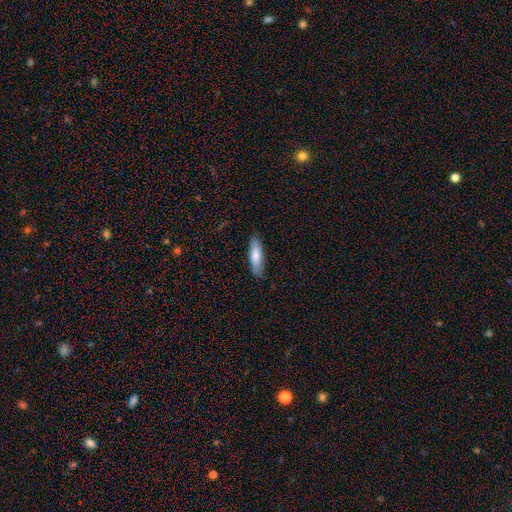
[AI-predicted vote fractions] This is likely a smooth galaxy (76%). How rounded: possibly cigar-shaped (58%). Merging: clearly none (85%).